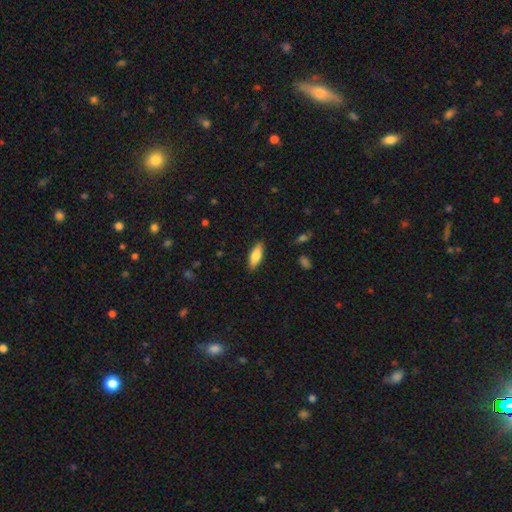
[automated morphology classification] Overall: smooth (72%). How rounded: in between (61%; cigar-shaped 36%). Merging: none (88%).